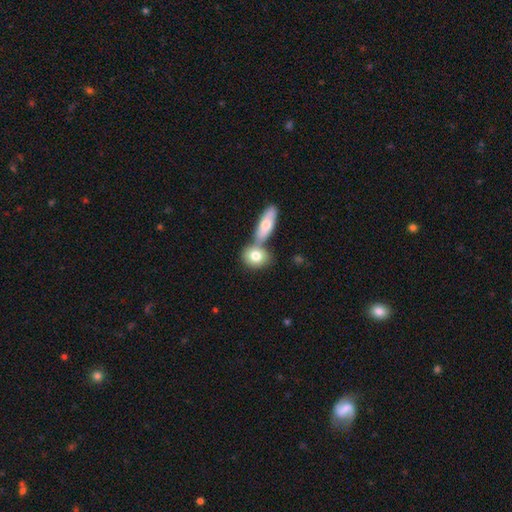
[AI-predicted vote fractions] Smooth or featured?
  - smooth: 78% *
  - featured or disk: 16%
  - star or artifact: 6%
How rounded?
  - in between: 53% *
  - round: 41%
  - cigar-shaped: 6%
Merging?
  - merger: 45% *
  - none: 43%
  - minor disturbance: 9%
  - major disturbance: 3%